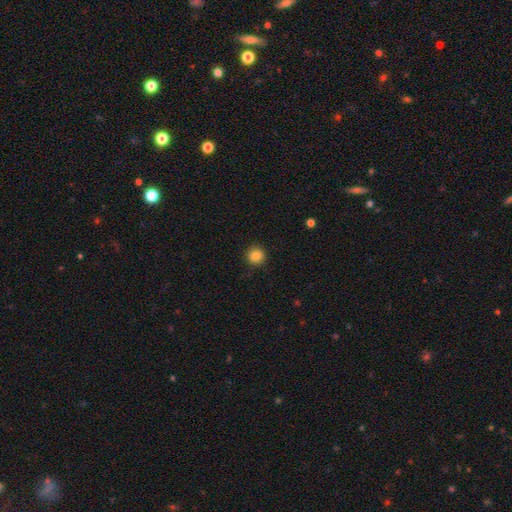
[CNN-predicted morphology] Q: Smooth or featured?
A: smooth (84%); runner-up: star or artifact (11%)
Q: How rounded?
A: round (93%); runner-up: in between (6%)
Q: Merging?
A: none (91%); runner-up: minor disturbance (6%)